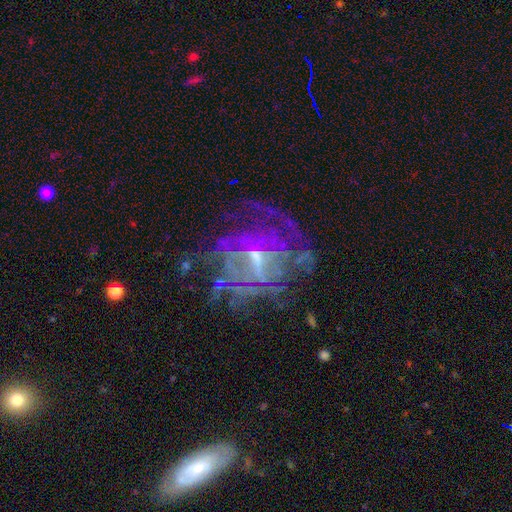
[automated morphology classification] smooth_or_featured: featured or disk (p=0.78) [alt: star or artifact p=0.13]
disk_edge_on: no (p=0.95) [alt: yes p=0.05]
bar: strong (p=0.38) [tied with: weak p=0.38]
has_spiral_arms: yes (p=0.73) [alt: no p=0.27]
spiral_winding: medium (p=0.38) [alt: tight p=0.34]
spiral_arm_count: can't tell (p=0.37) [alt: 2 p=0.32]
bulge_size: small (p=0.54) [alt: moderate p=0.26]
merging: none (p=0.53) [alt: major disturbance p=0.26]